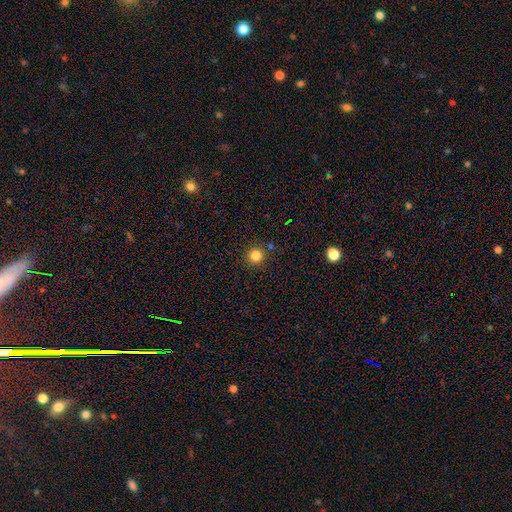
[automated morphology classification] The model was most divided on "smooth or featured": smooth: 82%, star or artifact: 13%, featured or disk: 4%. More confident: how rounded — round (94%); merging — none (87%).